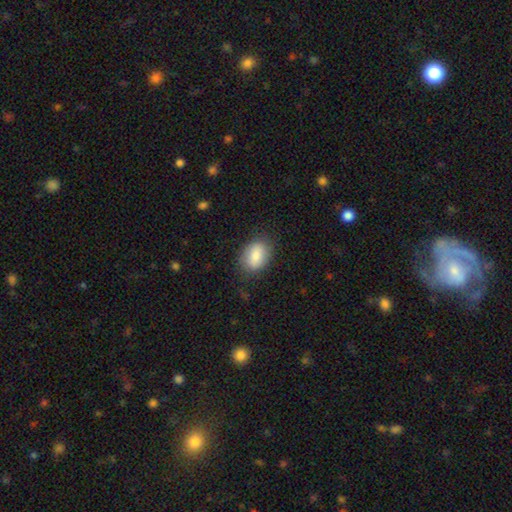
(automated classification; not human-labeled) This is clearly a smooth galaxy (85%). How rounded: clearly in between (81%). Merging: likely none (78%).